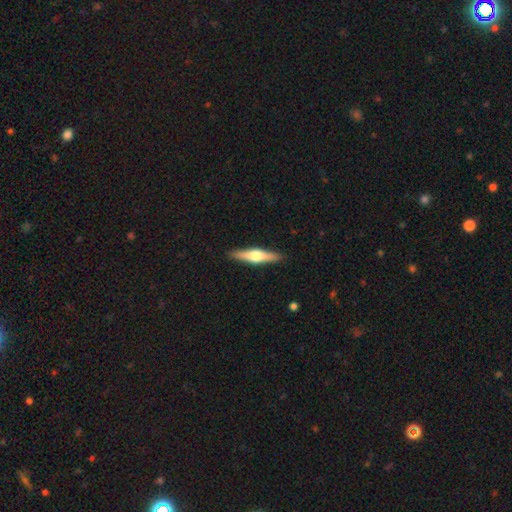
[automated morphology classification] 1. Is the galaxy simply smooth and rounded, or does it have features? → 62% featured or disk, 33% smooth, 5% star or artifact.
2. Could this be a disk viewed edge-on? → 97% yes, 3% no.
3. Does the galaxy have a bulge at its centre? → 94% rounded, 4% boxy, 2% none.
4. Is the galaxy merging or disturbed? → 91% none, 7% minor disturbance, 1% major disturbance, 1% merger.